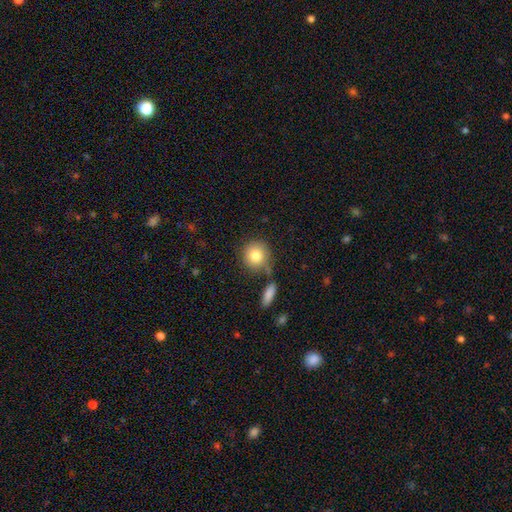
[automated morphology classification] The model was most divided on "merging": none: 66%, minor disturbance: 16%, merger: 13%, major disturbance: 5%. More confident: how rounded — round (87%); smooth or featured — smooth (81%).